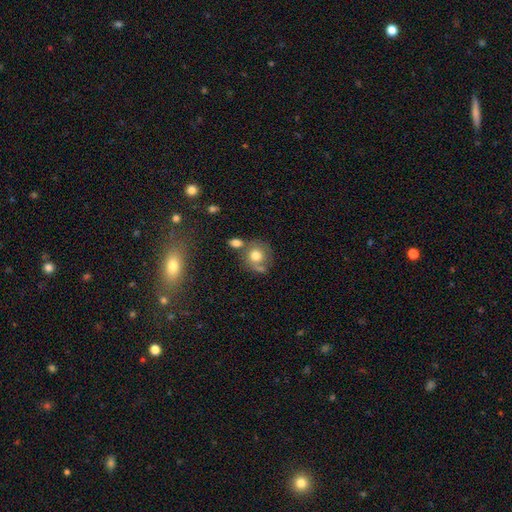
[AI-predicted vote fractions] This appears to be a smooth galaxy with no disk features (71%) that is round (81%). Merging: none (53%).